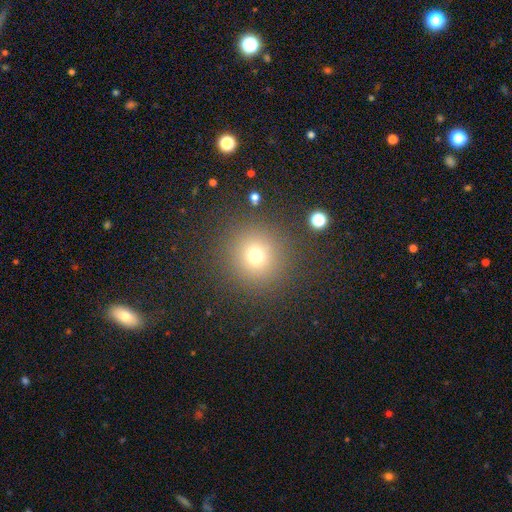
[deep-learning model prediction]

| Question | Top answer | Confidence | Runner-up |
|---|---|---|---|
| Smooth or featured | smooth | 72% | star or artifact (19%) |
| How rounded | round | 94% | in between (5%) |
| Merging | none | 88% | minor disturbance (6%) |